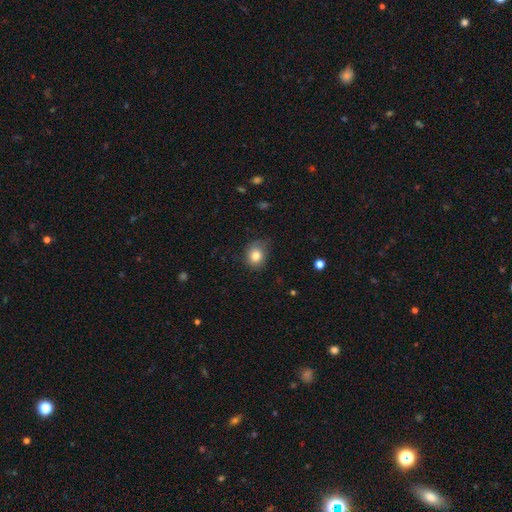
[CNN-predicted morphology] Smooth or featured: smooth — 82% (star or artifact — 10%)
How rounded: round — 62% (in between — 37%)
Merging: none — 69% (minor disturbance — 24%)